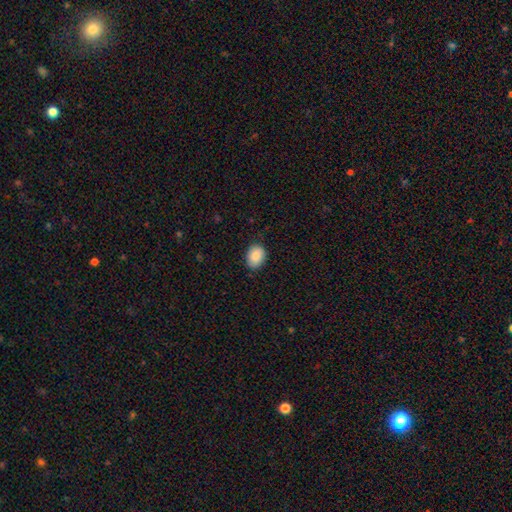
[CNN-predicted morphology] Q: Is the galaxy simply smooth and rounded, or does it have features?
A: smooth — 88%.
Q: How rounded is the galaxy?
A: in between — 67%.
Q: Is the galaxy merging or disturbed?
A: none — 84%.